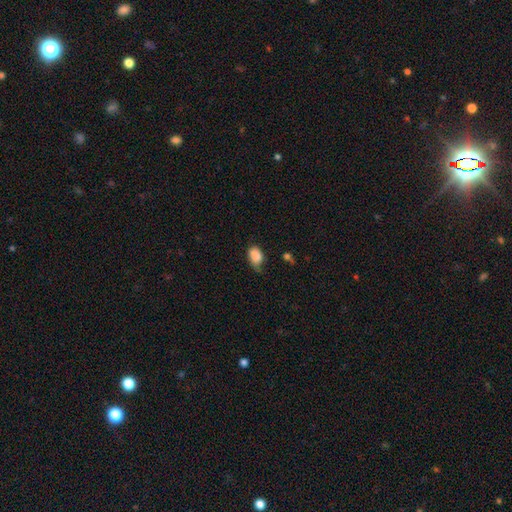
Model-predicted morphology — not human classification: A smooth galaxy with no disk features (85%) that is in between round and cigar-shaped (82%). Merging: none (43%).